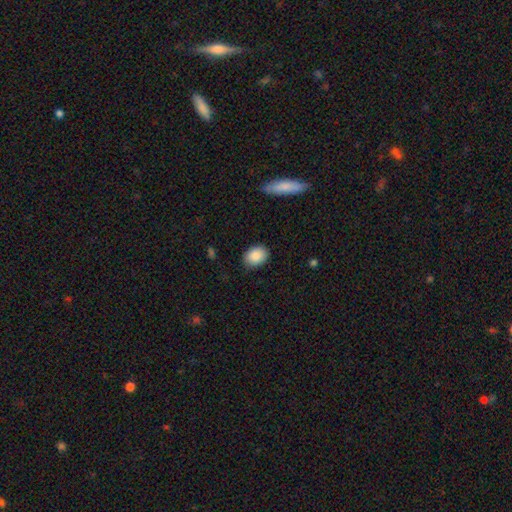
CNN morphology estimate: Smooth or featured? Predicted: smooth (p=0.88). How rounded? Predicted: in between (p=0.67). Merging? Predicted: none (p=0.85).